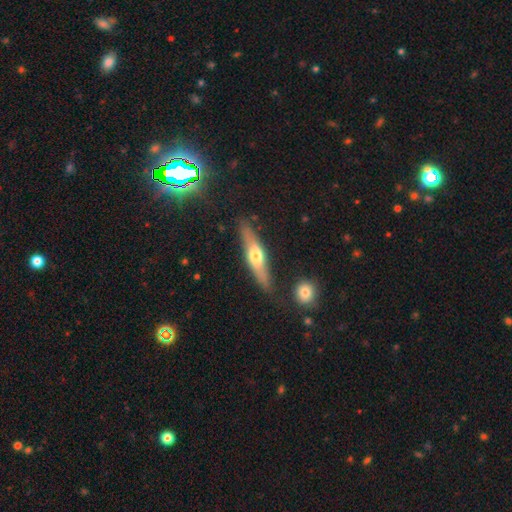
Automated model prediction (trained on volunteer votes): Morphology: type=featured or disk (50%); edge-on=yes (85%); merging=none (83%).